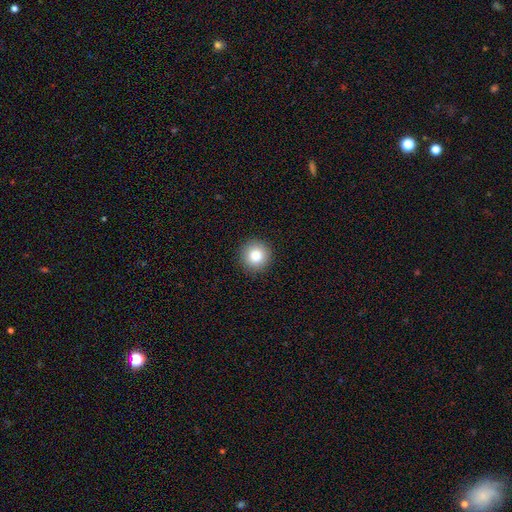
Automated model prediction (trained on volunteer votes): This is clearly a smooth galaxy (86%). How rounded: clearly round (95%). Merging: clearly none (91%).